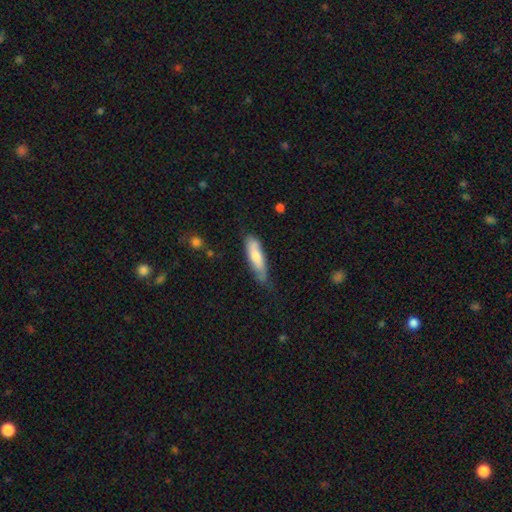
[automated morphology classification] smooth 66%, featured or disk 28%, star or artifact 6%. Down the decision tree: how rounded — cigar-shaped (66%); merging — none (61%).